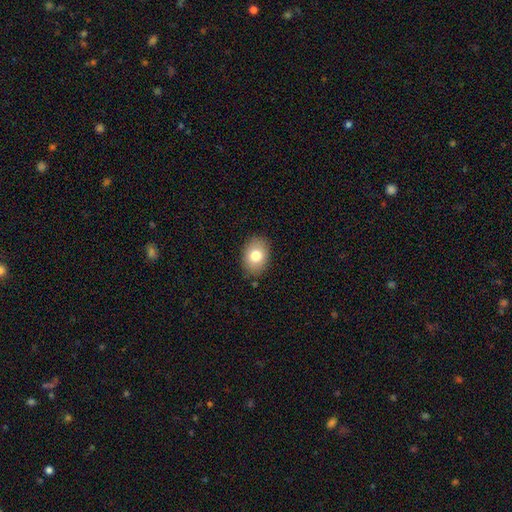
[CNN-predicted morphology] smooth-or-featured: smooth: 79% | featured or disk: 13% | star or artifact: 8%
  how-rounded: in between: 74% | round: 25% | cigar-shaped: 1%
  merging: none: 86% | minor disturbance: 10% | major disturbance: 2% | merger: 1%